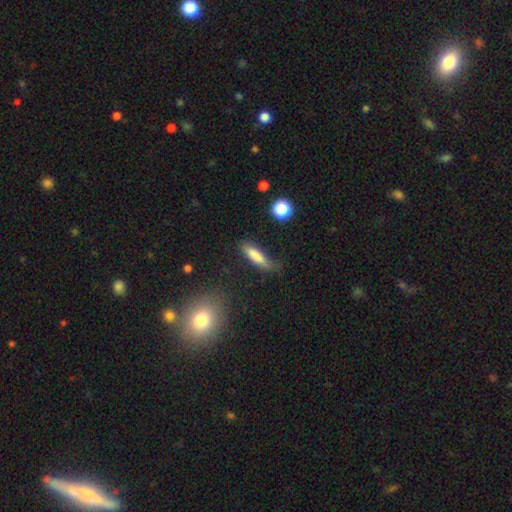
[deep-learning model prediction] smooth-or-featured: smooth: 80% | featured or disk: 12% | star or artifact: 8%
  how-rounded: cigar-shaped: 71% | in between: 27% | round: 2%
  merging: none: 67% | minor disturbance: 23% | major disturbance: 7% | merger: 3%